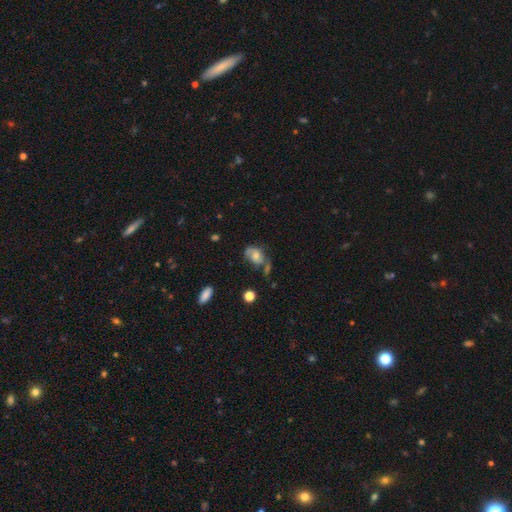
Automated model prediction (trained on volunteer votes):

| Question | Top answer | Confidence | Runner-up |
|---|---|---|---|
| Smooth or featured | smooth | 49% | featured or disk (41%) |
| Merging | none | 37% | minor disturbance (28%) |